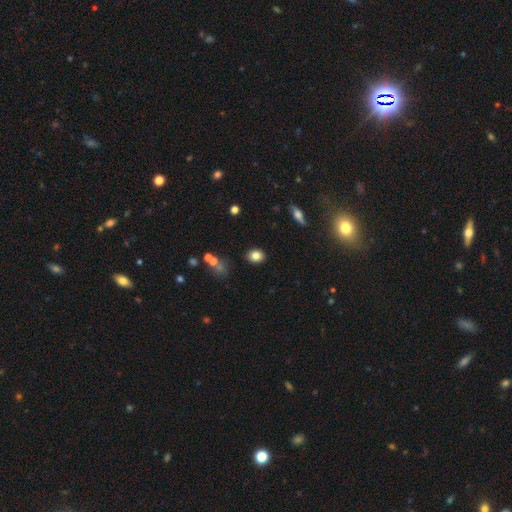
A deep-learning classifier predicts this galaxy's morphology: smooth_or_featured: smooth (p=0.81) [alt: star or artifact p=0.10]
how_rounded: round (p=0.51) [alt: in between p=0.48]
merging: none (p=0.87) [alt: minor disturbance p=0.08]